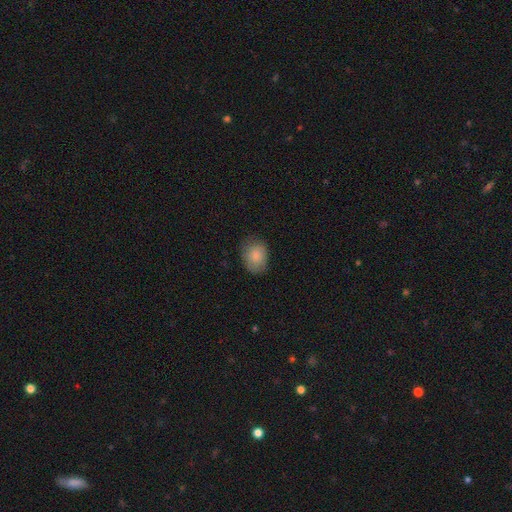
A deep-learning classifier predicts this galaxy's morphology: smooth-or-featured: smooth: 85% | featured or disk: 8% | star or artifact: 7%
  how-rounded: in between: 70% | round: 29% | cigar-shaped: 1%
  merging: none: 72% | minor disturbance: 21% | major disturbance: 5% | merger: 1%